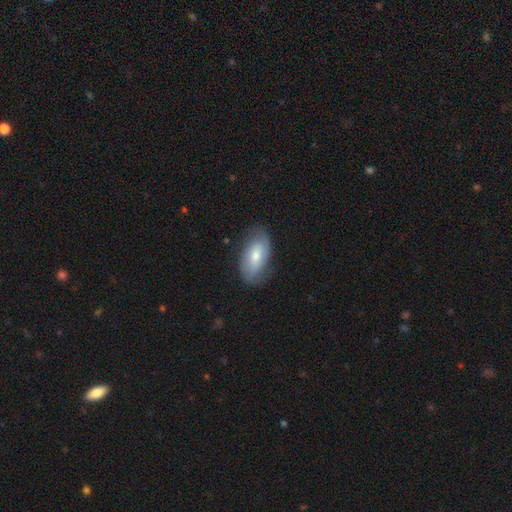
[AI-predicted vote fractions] Q: Smooth or featured?
A: smooth (51%); runner-up: featured or disk (42%)
Q: How rounded?
A: in between (92%); runner-up: round (5%)
Q: Merging?
A: none (72%); runner-up: minor disturbance (21%)